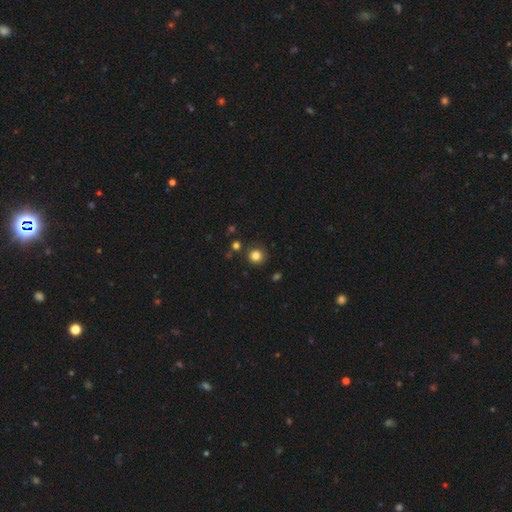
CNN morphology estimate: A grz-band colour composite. It shows a smooth galaxy with no disk features (83%) that is round (94%). Merging: none (88%).